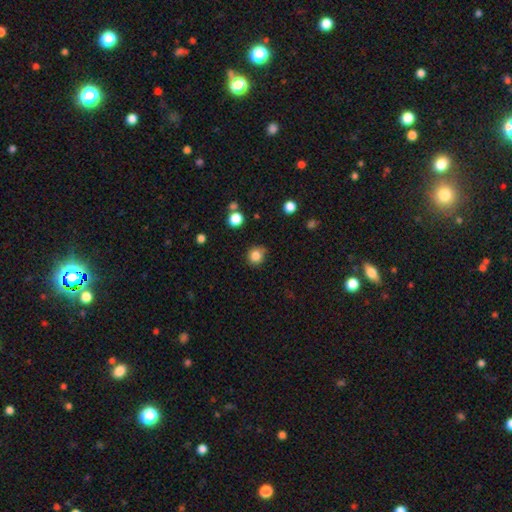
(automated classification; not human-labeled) A smooth galaxy with no disk features (83%) that is round (89%).

Vote fractions:
- Smooth or featured? smooth: 83% / star or artifact: 12% / featured or disk: 5%
- How rounded? round: 89% / in between: 10% / cigar-shaped: 1%
- Merging? none: 80% / minor disturbance: 14% / major disturbance: 3% / merger: 2%